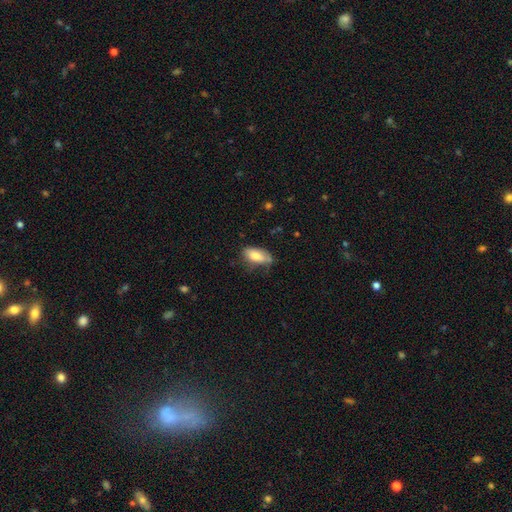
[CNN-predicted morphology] type=smooth (77%); roundness=in between (88%); merging=none (49%).